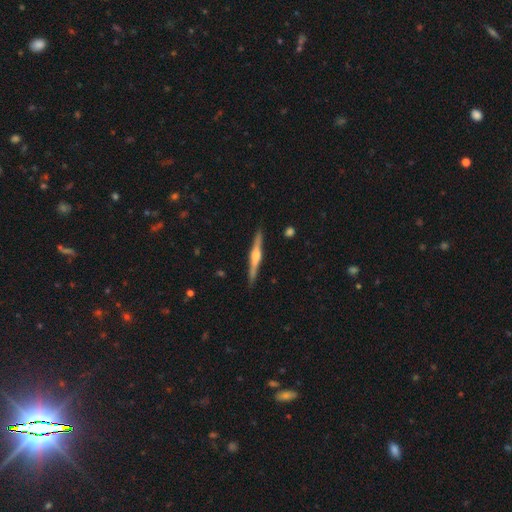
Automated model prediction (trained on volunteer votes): featured or disk 75%, smooth 19%, star or artifact 5%. Down the decision tree: edge-on disk — yes (98%); edge-on bulge — rounded (82%); merging — none (90%).